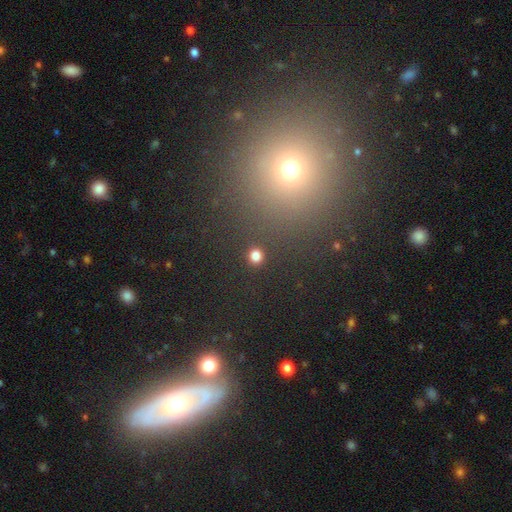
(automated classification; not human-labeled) Smooth or featured? smooth (81%)
How rounded? round (89%)
Merging? none (91%)